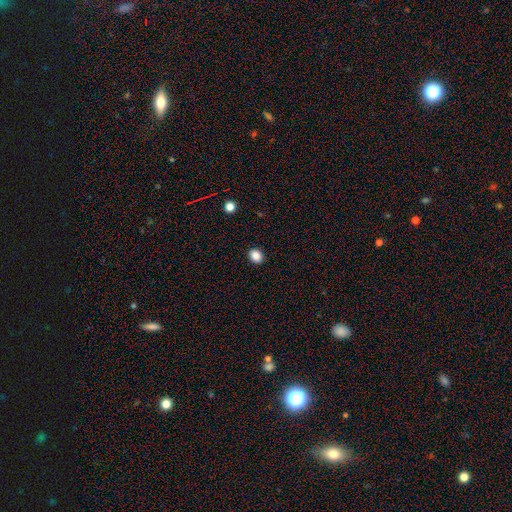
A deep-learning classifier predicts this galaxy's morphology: A smooth galaxy with no disk features (87%) that is round (53%). Merging: none (91%).